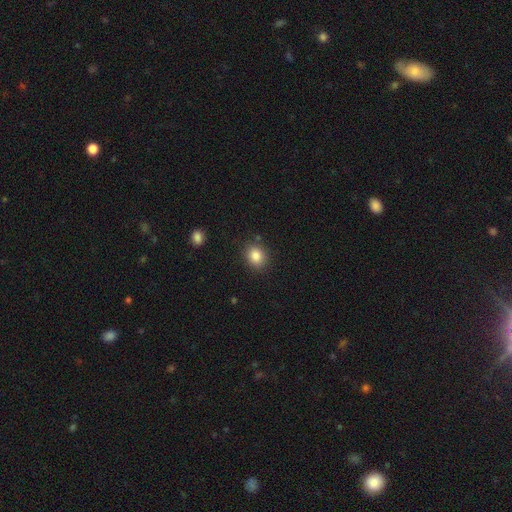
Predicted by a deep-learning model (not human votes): smooth-or-featured: smooth: 85% | star or artifact: 10% | featured or disk: 5%
  how-rounded: round: 61% | in between: 38% | cigar-shaped: 1%
  merging: none: 85% | minor disturbance: 10% | major disturbance: 3% | merger: 2%